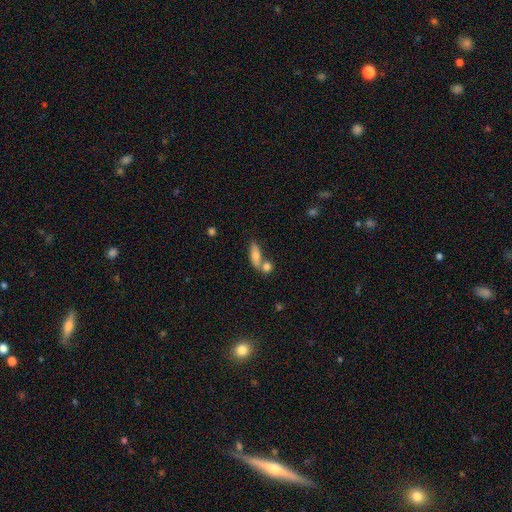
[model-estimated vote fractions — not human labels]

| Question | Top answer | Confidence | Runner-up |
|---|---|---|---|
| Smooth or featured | smooth | 68% | featured or disk (24%) |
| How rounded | in between | 63% | cigar-shaped (32%) |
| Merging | none | 50% | merger (33%) |